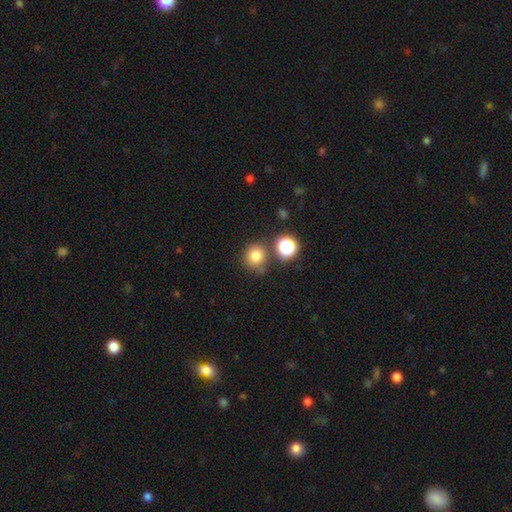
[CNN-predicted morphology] smooth-or-featured: smooth: 80% | star or artifact: 14% | featured or disk: 6%
  how-rounded: round: 87% | in between: 12% | cigar-shaped: 1%
  merging: none: 71% | minor disturbance: 14% | merger: 12% | major disturbance: 4%